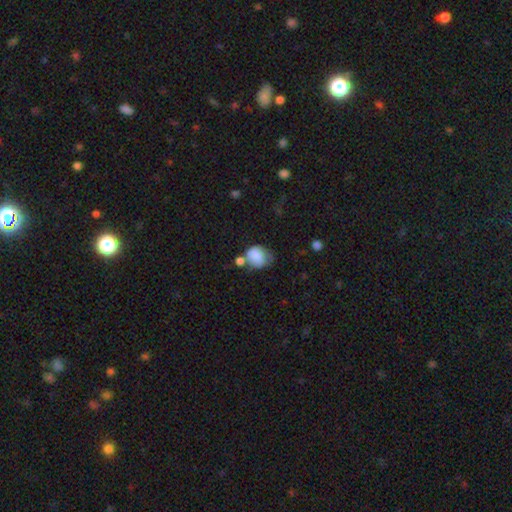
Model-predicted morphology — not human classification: Smooth or featured?
  - smooth: 77% *
  - featured or disk: 15%
  - star or artifact: 8%
How rounded?
  - round: 55% *
  - in between: 44%
  - cigar-shaped: 1%
Merging?
  - none: 31% *
  - minor disturbance: 29%
  - merger: 23%
  - major disturbance: 18%